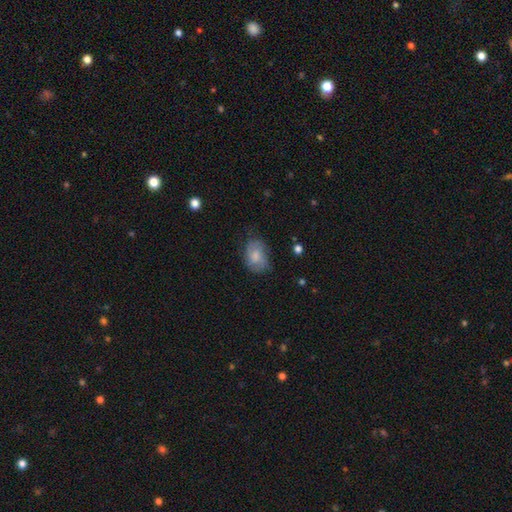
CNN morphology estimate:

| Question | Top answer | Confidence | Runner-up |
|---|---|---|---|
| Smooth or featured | smooth | 65% | featured or disk (28%) |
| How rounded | in between | 75% | round (24%) |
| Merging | none | 61% | minor disturbance (27%) |